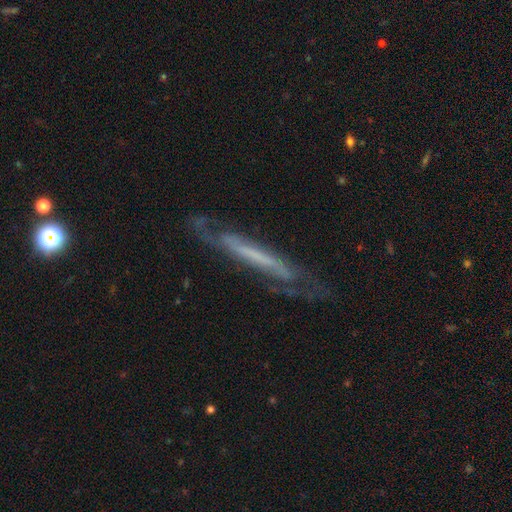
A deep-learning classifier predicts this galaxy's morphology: type=featured or disk (70%); edge-on=yes (66%); merging=none (64%).